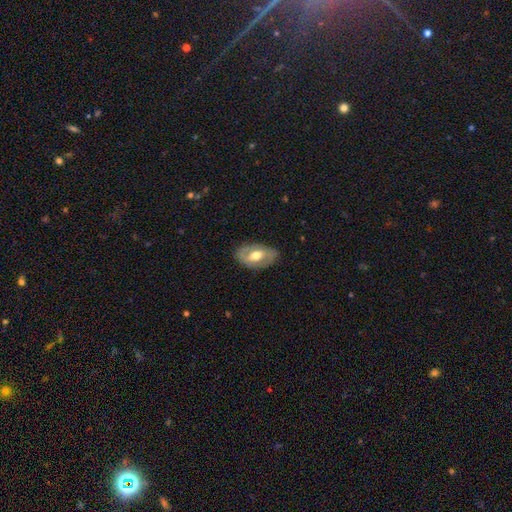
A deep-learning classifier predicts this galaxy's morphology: A featured or disk galaxy (55%).

Vote fractions:
- Smooth or featured? featured or disk: 55% / smooth: 39% / star or artifact: 6%
- Edge-on disk? no: 90% / yes: 10%
- Merging? none: 79% / minor disturbance: 15% / major disturbance: 4% / merger: 1%